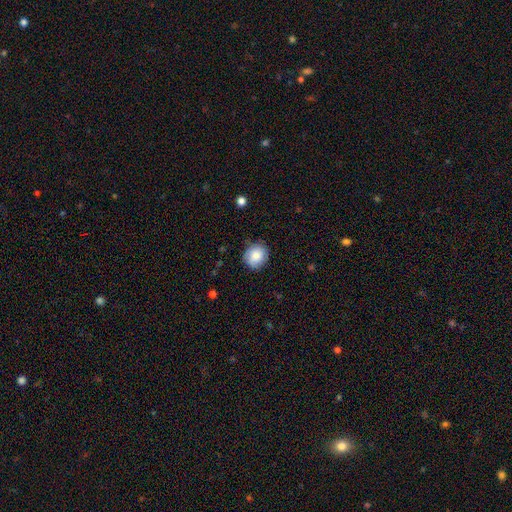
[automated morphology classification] Overall: smooth (80%). How rounded: round (81%). Merging: none (82%).